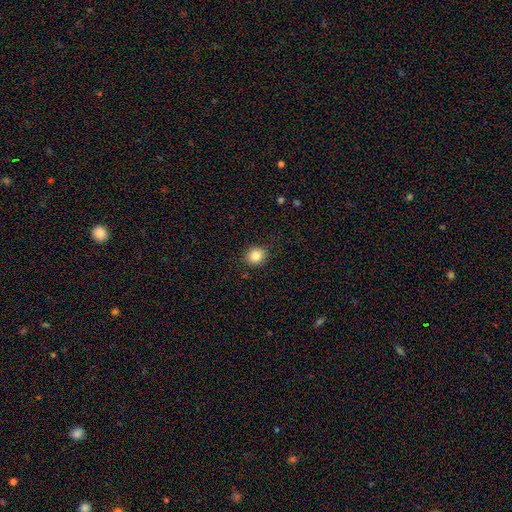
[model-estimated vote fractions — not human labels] Q: Smooth or featured?
A: smooth (85%); runner-up: star or artifact (10%)
Q: How rounded?
A: round (73%); runner-up: in between (27%)
Q: Merging?
A: none (88%); runner-up: minor disturbance (9%)